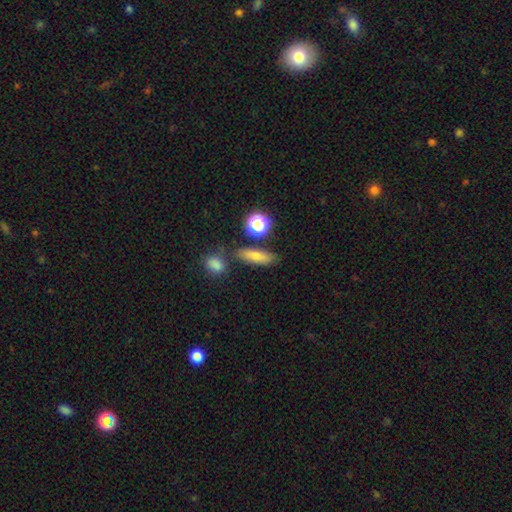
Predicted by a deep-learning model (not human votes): A smooth galaxy with no disk features (69%) that is in between round and cigar-shaped (45%, tied with cigar-shaped).

Vote fractions:
- Smooth or featured? smooth: 69% / featured or disk: 16% / star or artifact: 15%
- How rounded? in between: 45% (tied) / cigar-shaped: 45% (tied) / round: 10%
- Merging? none: 75% / minor disturbance: 12% / merger: 9% / major disturbance: 4%